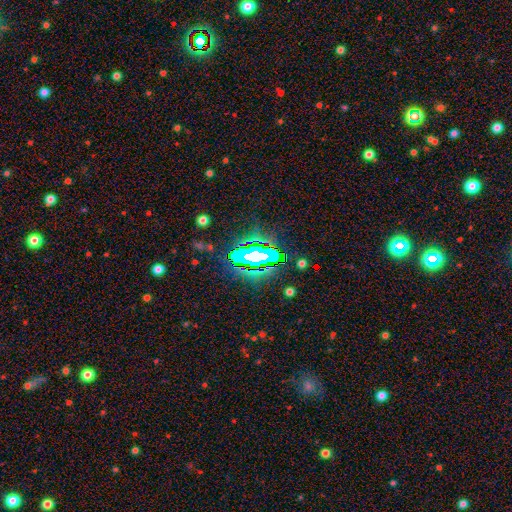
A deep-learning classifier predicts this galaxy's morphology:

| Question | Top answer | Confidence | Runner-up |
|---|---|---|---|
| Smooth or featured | star or artifact | 62% | smooth (20%) |